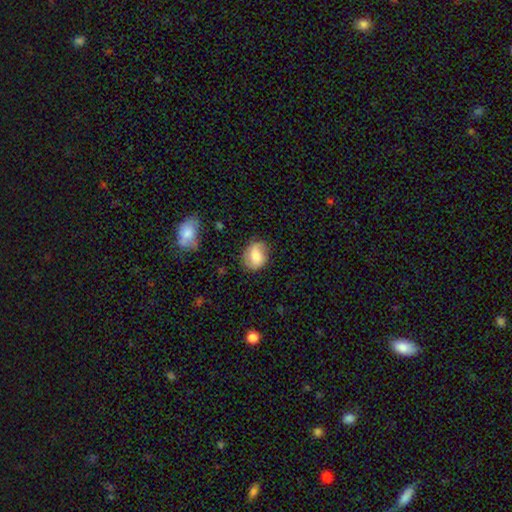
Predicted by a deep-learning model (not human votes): Smooth or featured: smooth — 70% (featured or disk — 22%)
How rounded: in between — 56% (round — 42%)
Merging: none — 70% (minor disturbance — 22%)